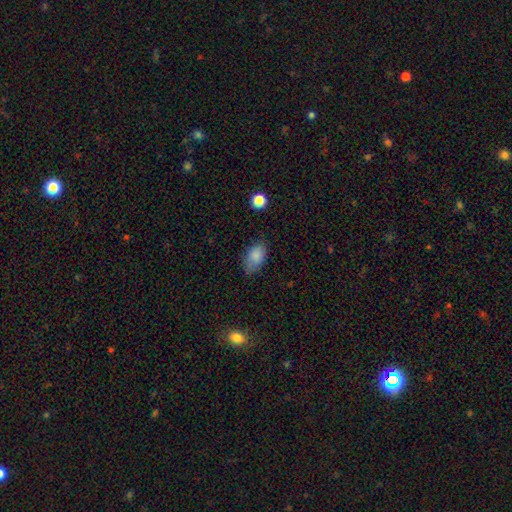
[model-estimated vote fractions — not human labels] The model was most divided on "merging": none: 66%, minor disturbance: 26%, major disturbance: 7%, merger: 2%. More confident: how rounded — in between (89%); smooth or featured — smooth (84%).